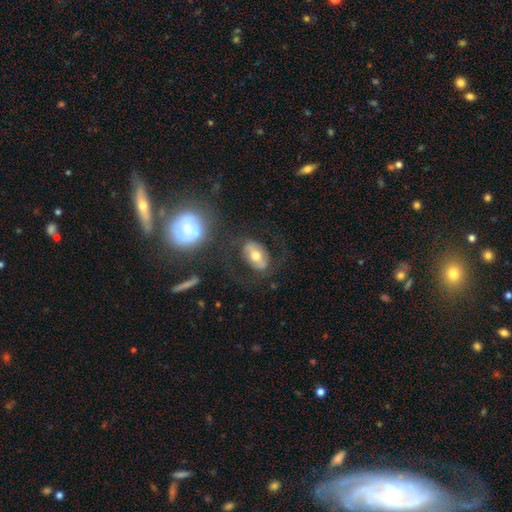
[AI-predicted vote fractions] featured or disk 46% (tied), smooth 46% (tied), star or artifact 8%. Down the decision tree: merging — none (66%).